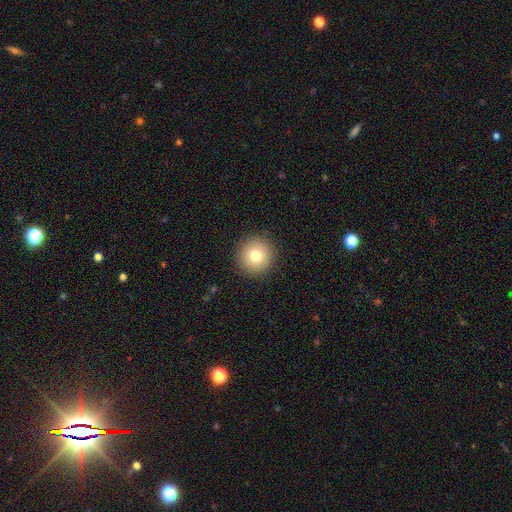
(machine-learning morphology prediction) type=smooth (77%); roundness=round (94%); merging=none (91%).